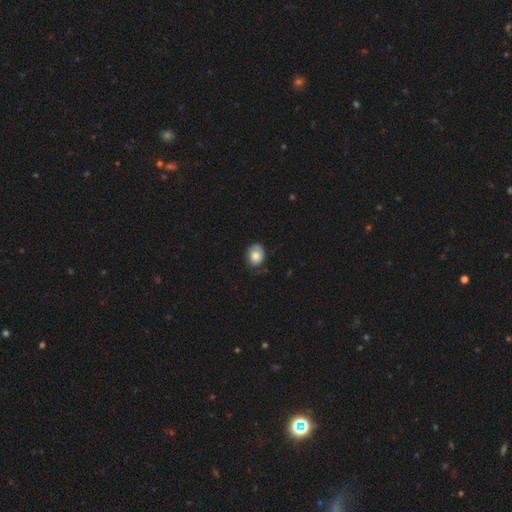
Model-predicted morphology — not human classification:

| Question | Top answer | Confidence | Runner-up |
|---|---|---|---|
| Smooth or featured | smooth | 73% | featured or disk (19%) |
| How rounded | round | 55% | in between (45%) |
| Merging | none | 67% | minor disturbance (25%) |